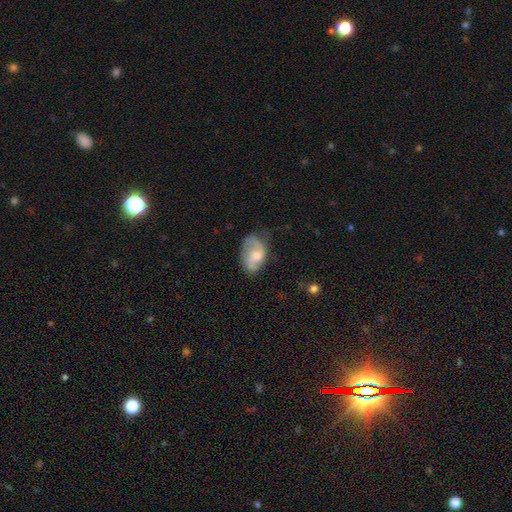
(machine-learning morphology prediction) The model was most divided on "bulge size": moderate: 50%, small: 34%, none: 8%, large: 7%, dominant: 1%. More confident: edge-on disk — no (96%); spiral arms — yes (85%); smooth or featured — featured or disk (58%); bar — no (58%); merging — none (56%).